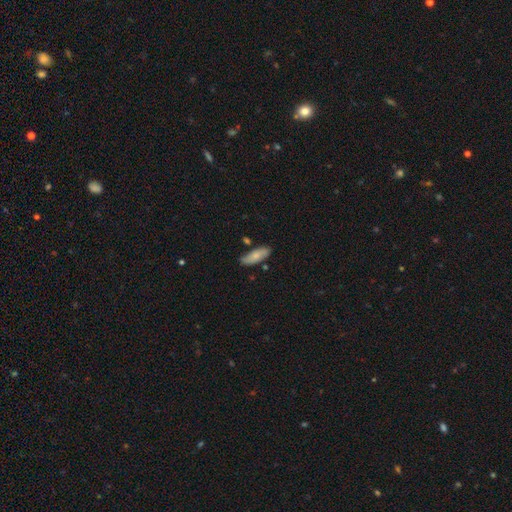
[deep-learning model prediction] Smooth or featured?
  - smooth: 74% *
  - featured or disk: 20%
  - star or artifact: 6%
How rounded?
  - in between: 67% *
  - cigar-shaped: 31%
  - round: 2%
Merging?
  - none: 76% *
  - minor disturbance: 16%
  - merger: 5%
  - major disturbance: 3%